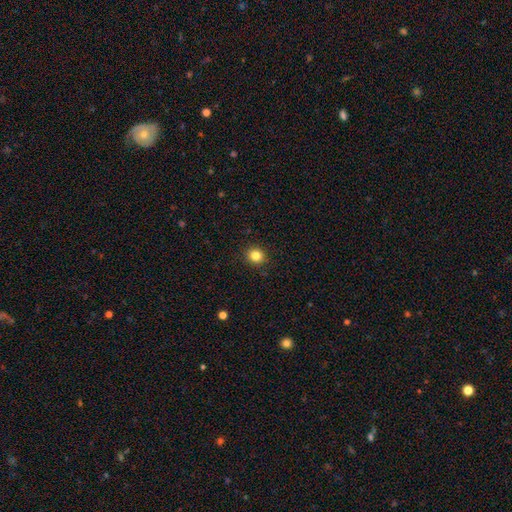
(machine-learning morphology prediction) type=smooth (83%); roundness=round (85%); merging=none (90%).